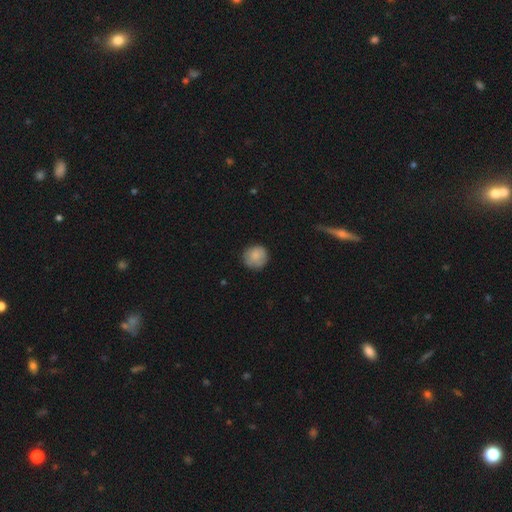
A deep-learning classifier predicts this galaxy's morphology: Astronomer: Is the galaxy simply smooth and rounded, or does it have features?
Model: smooth — 84%.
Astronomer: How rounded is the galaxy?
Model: round — 89%.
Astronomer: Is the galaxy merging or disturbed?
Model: none — 79%.